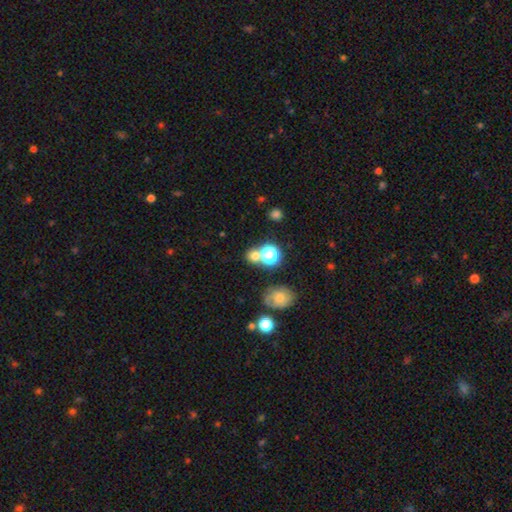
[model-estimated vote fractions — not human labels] A smooth galaxy with no disk features (67%) that is round (78%).

Vote fractions:
- Smooth or featured? smooth: 67% / star or artifact: 24% / featured or disk: 9%
- How rounded? round: 78% / in between: 20% / cigar-shaped: 1%
- Merging? none: 59% / merger: 26% / minor disturbance: 10% / major disturbance: 5%